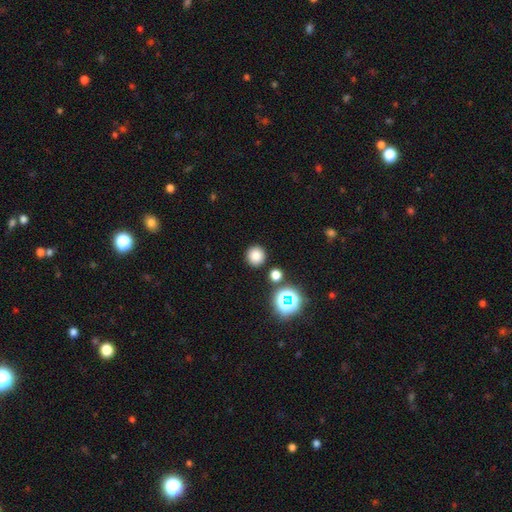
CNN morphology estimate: This appears to be a smooth galaxy with no disk features (79%) that is round (94%). Merging: none (89%).